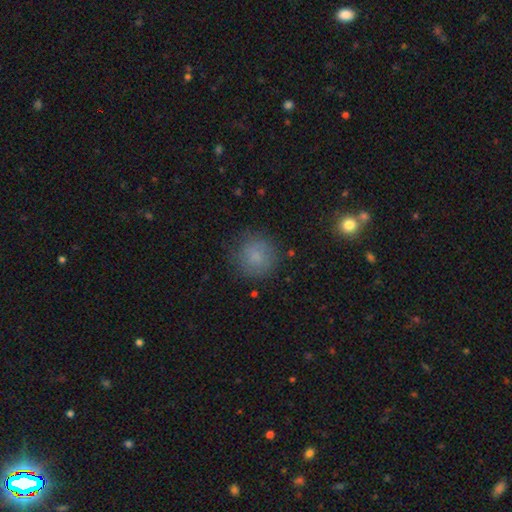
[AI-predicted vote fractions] smooth-or-featured: smooth: 81% | star or artifact: 11% | featured or disk: 9%
  how-rounded: round: 92% | in between: 7% | cigar-shaped: 1%
  merging: none: 81% | minor disturbance: 13% | major disturbance: 4% | merger: 1%